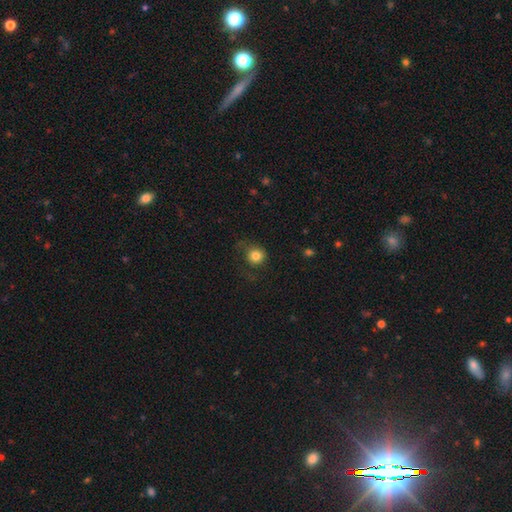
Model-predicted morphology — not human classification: Overall: smooth (82%). How rounded: round (87%). Merging: none (65%).